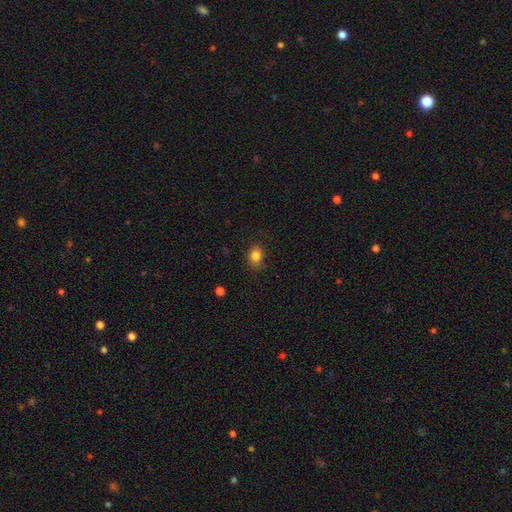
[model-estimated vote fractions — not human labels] This appears to be a smooth galaxy with no disk features (84%) that is in between round and cigar-shaped (53%). Merging: none (81%).